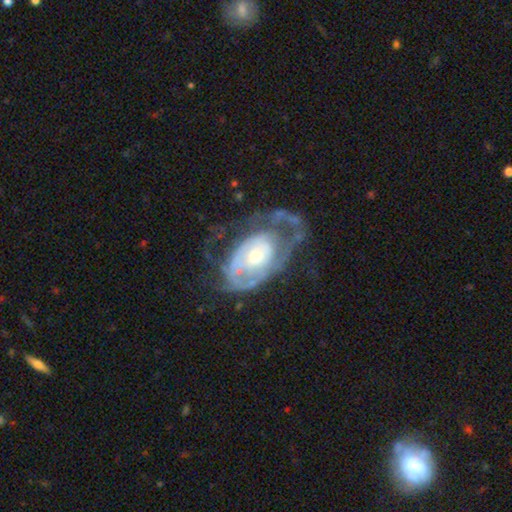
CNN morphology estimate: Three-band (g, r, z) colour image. It shows a featured or disk galaxy (74%) with no bar (79%), spiral arms (62%) and a small central bulge (51%). Merging: major disturbance (45%).